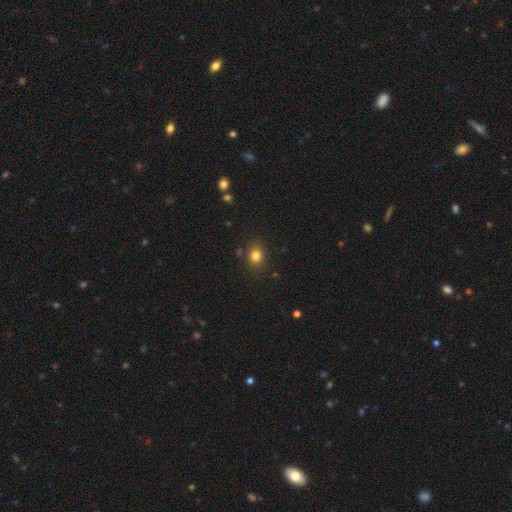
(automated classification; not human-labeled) A smooth galaxy with no disk features (80%) that is round (56%). Merging: none (83%).